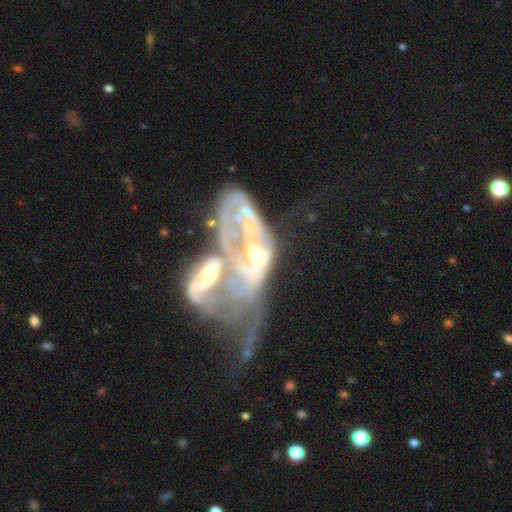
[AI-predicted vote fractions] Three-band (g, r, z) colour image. It shows a featured or disk galaxy (77%) with no bar (71%), spiral arms (54%) and a moderate central bulge (51%). Merging: merger (74%).